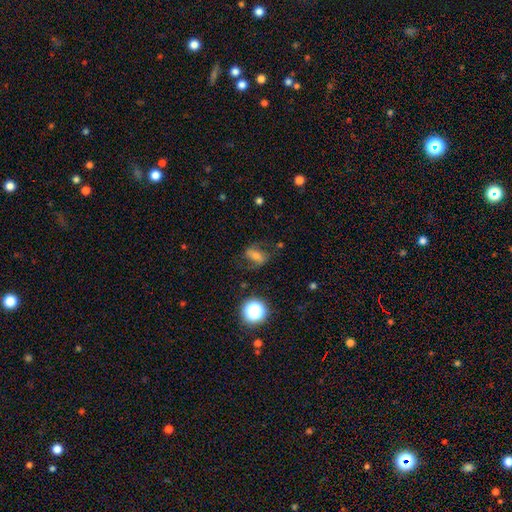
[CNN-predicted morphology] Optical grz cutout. It shows a smooth galaxy with no disk features (47%). Merging: none (65%).